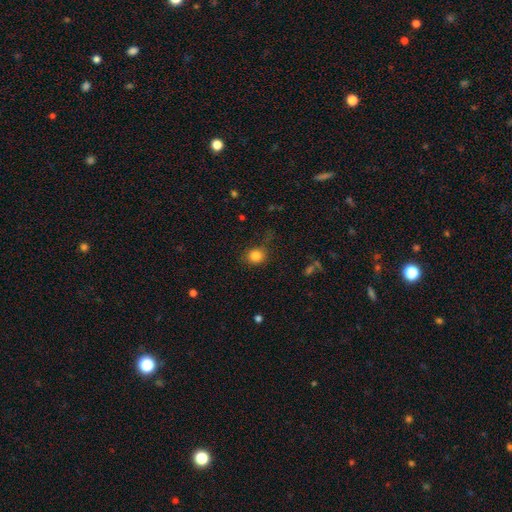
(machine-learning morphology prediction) smooth_or_featured: smooth (p=0.83) [alt: star or artifact p=0.11]
how_rounded: round (p=0.72) [alt: in between p=0.26]
merging: none (p=0.71) [alt: minor disturbance p=0.19]